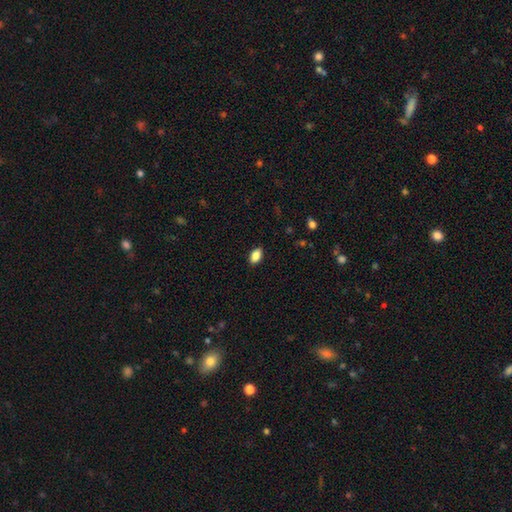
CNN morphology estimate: smooth-or-featured: smooth: 86% | star or artifact: 8% | featured or disk: 6%
  how-rounded: in between: 90% | round: 6% | cigar-shaped: 4%
  merging: none: 88% | minor disturbance: 9% | major disturbance: 2% | merger: 1%